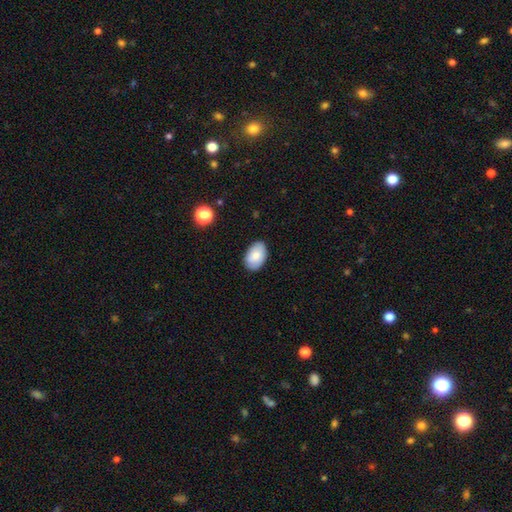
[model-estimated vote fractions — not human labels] This is clearly a smooth galaxy (80%). How rounded: clearly in between (90%). Merging: clearly none (83%).